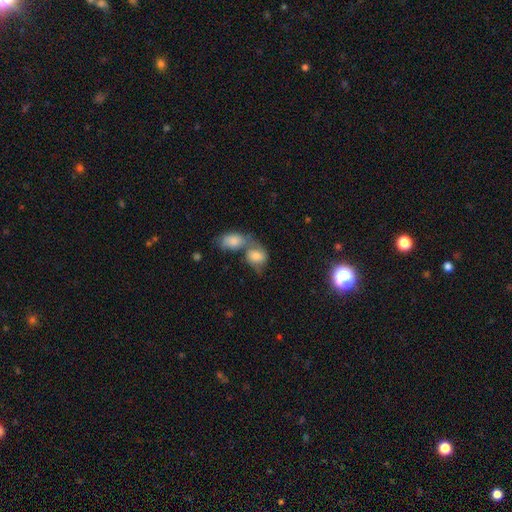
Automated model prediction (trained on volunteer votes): This is likely a smooth galaxy (72%). How rounded: possibly in between (60%). Merging: likely merger (64%).